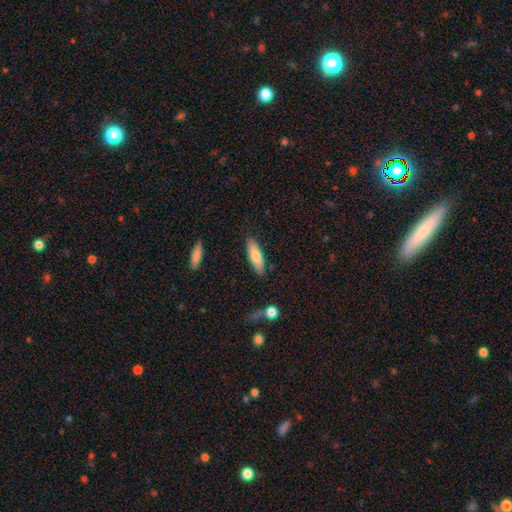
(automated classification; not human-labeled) smooth-or-featured: smooth: 75% | featured or disk: 19% | star or artifact: 6%
  how-rounded: in between: 54% | cigar-shaped: 44% | round: 2%
  merging: none: 84% | minor disturbance: 11% | merger: 2% | major disturbance: 2%